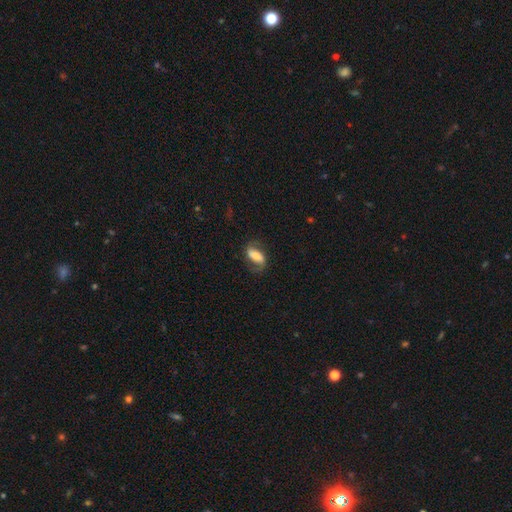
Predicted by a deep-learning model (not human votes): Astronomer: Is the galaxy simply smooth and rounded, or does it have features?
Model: featured or disk — 53% (runner-up: smooth, 40%).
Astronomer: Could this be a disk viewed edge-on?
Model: no — 93%.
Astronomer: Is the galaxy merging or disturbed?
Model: none — 66%.